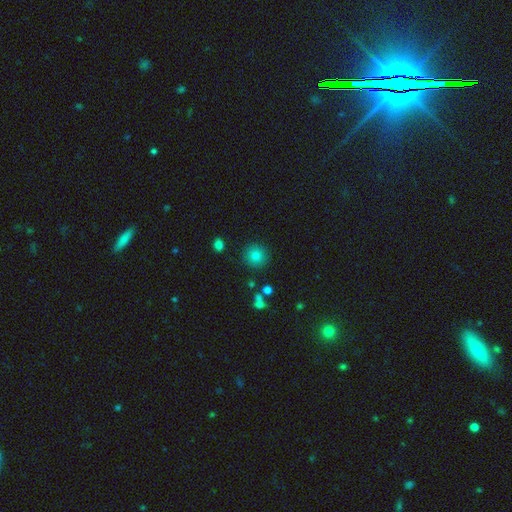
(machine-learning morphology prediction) smooth 82%, star or artifact 12%, featured or disk 6%. Down the decision tree: how rounded — round (93%); merging — none (88%).